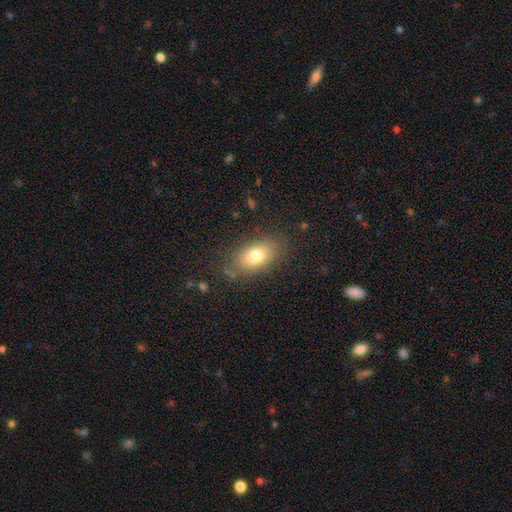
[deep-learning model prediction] smooth-or-featured: smooth: 76% | featured or disk: 15% | star or artifact: 9%
  how-rounded: in between: 88% | round: 8% | cigar-shaped: 4%
  merging: none: 81% | minor disturbance: 13% | major disturbance: 4% | merger: 2%